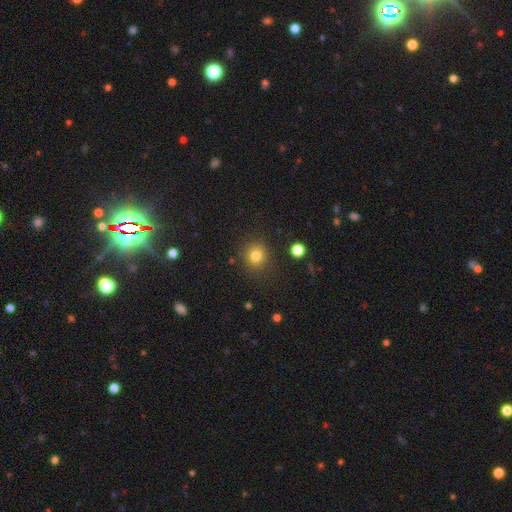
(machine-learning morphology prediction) Smooth or featured?
  - smooth: 80% *
  - star or artifact: 13%
  - featured or disk: 7%
How rounded?
  - round: 88% *
  - in between: 11%
  - cigar-shaped: 1%
Merging?
  - none: 86% *
  - minor disturbance: 9%
  - major disturbance: 3%
  - merger: 2%